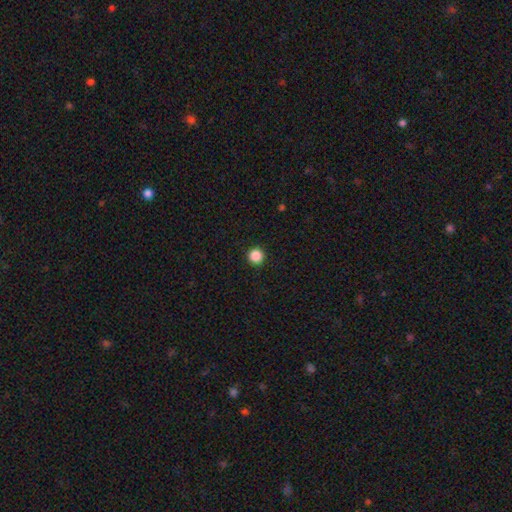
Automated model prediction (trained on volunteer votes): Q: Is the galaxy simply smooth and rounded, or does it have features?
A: smooth — 87%.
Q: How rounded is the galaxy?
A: round — 96%.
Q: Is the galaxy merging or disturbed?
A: none — 93%.